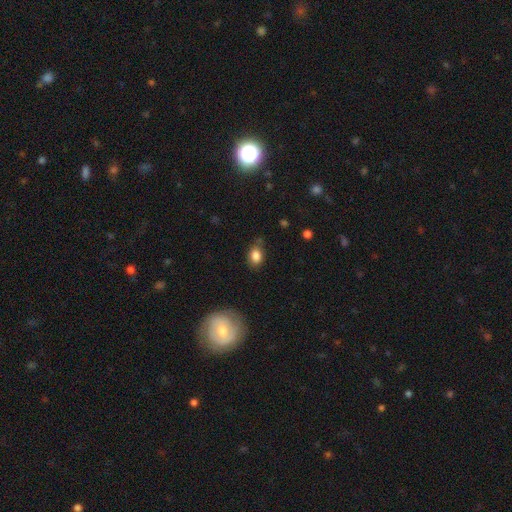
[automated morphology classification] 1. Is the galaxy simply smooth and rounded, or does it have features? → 83% smooth, 9% star or artifact, 8% featured or disk.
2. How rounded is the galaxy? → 73% in between, 26% round, 2% cigar-shaped.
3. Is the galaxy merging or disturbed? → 66% none, 25% minor disturbance, 5% major disturbance, 3% merger.